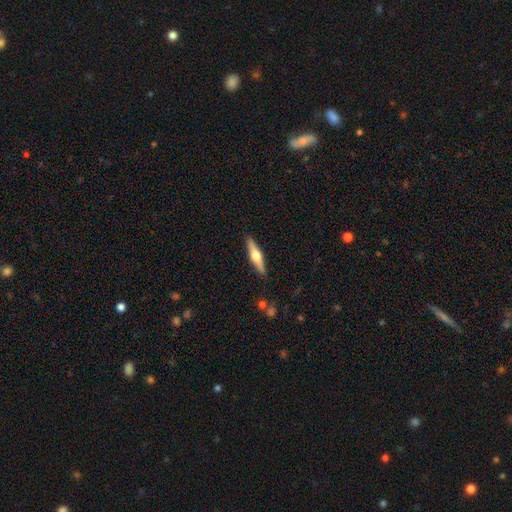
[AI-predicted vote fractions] Smooth or featured: featured or disk — 62% (smooth — 33%)
Edge-on disk: yes — 96% (no — 4%)
Edge-on bulge: rounded — 95% (boxy — 3%)
Merging: none — 90% (minor disturbance — 7%)